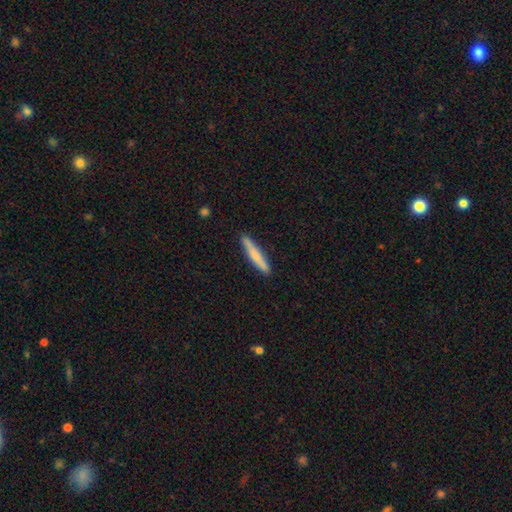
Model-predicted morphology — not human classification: This appears to be a smooth galaxy with no disk features (66%) that is cigar-shaped (93%). Merging: none (90%).